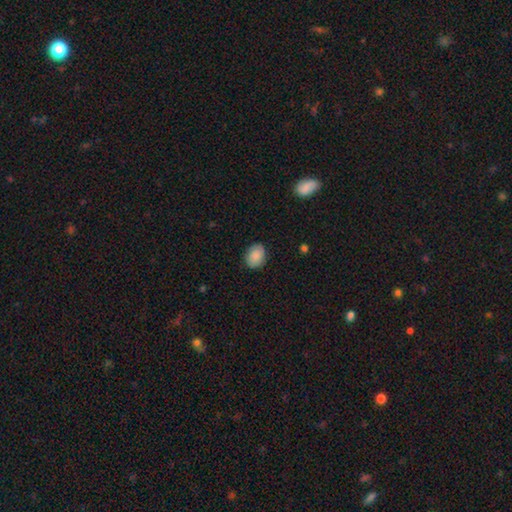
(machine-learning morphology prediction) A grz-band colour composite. It shows a smooth galaxy with no disk features (87%) that is in between round and cigar-shaped (64%). Merging: none (85%).